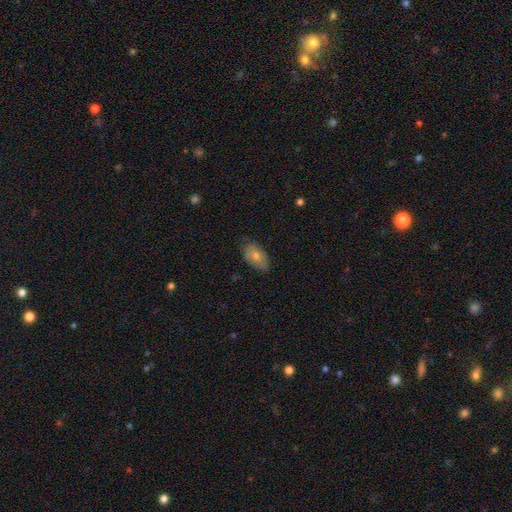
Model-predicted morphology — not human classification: Smooth or featured?
  - smooth: 65% *
  - featured or disk: 26%
  - star or artifact: 9%
How rounded?
  - in between: 91% *
  - round: 6%
  - cigar-shaped: 3%
Merging?
  - none: 81% *
  - minor disturbance: 16%
  - major disturbance: 3%
  - merger: 1%